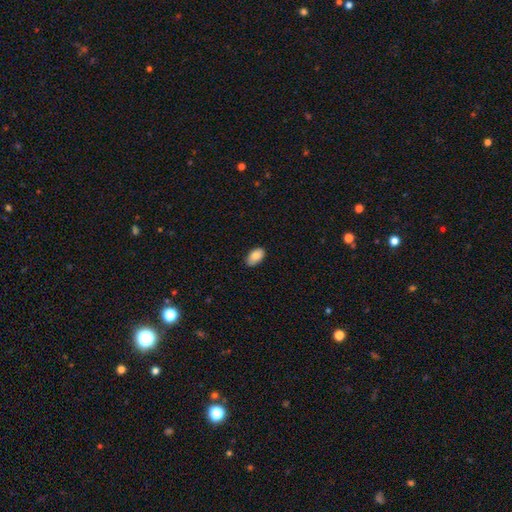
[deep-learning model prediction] smooth 85%, featured or disk 8%, star or artifact 7%. Down the decision tree: how rounded — in between (94%); merging — none (82%).